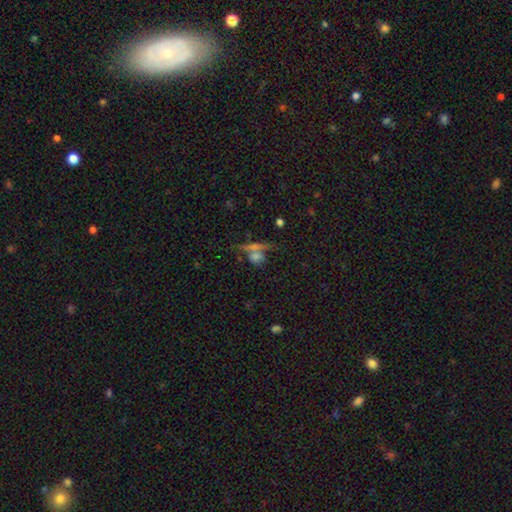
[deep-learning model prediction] This appears to be a smooth galaxy with no disk features (51%) that is round (37%). Merging: none (48%).